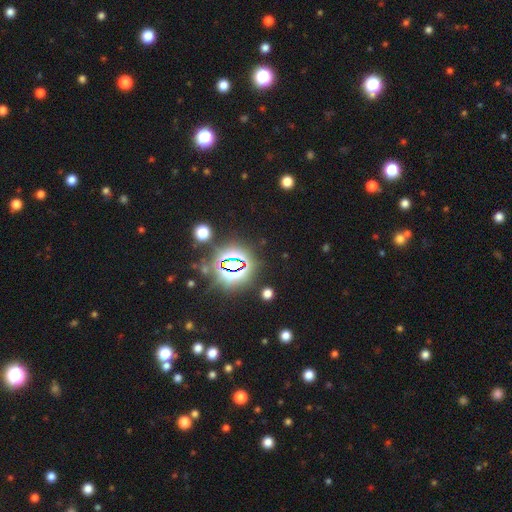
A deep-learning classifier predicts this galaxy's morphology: Smooth or featured?
  - star or artifact: 80% *
  - smooth: 12%
  - featured or disk: 7%